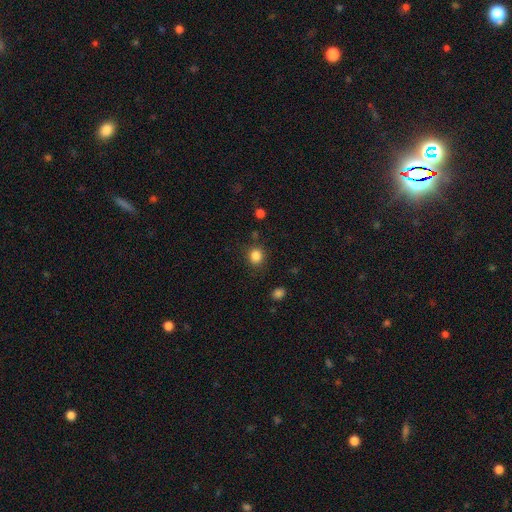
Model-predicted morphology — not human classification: Smooth or featured? smooth (85%)
How rounded? round (81%)
Merging? none (84%)